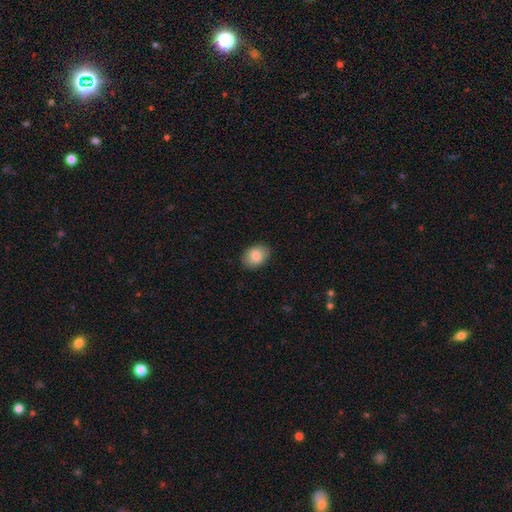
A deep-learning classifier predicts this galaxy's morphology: The model was most divided on "how rounded": in between: 73%, round: 26%, cigar-shaped: 1%. More confident: merging — none (87%); smooth or featured — smooth (84%).